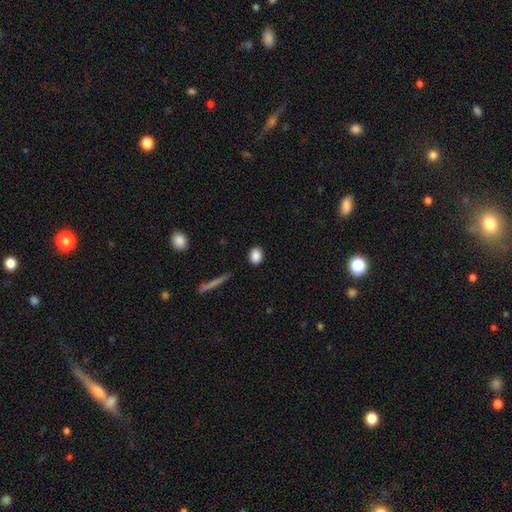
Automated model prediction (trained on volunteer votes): A smooth galaxy with no disk features (88%) that is in between round and cigar-shaped (57%). Merging: none (89%).